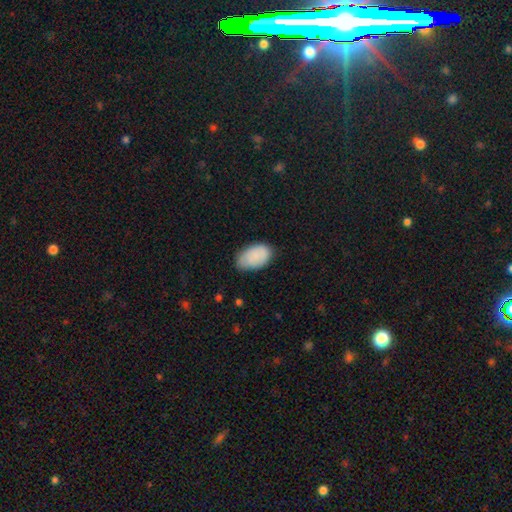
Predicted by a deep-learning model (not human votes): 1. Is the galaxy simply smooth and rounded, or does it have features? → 85% smooth, 9% featured or disk, 6% star or artifact.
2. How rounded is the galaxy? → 93% in between, 6% round, 1% cigar-shaped.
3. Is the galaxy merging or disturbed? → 70% none, 24% minor disturbance, 4% major disturbance, 1% merger.